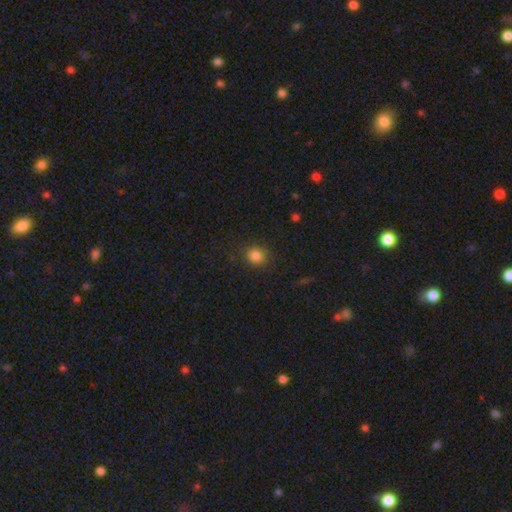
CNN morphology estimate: A smooth galaxy with no disk features (83%) that is round (78%).

Vote fractions:
- Smooth or featured? smooth: 83% / star or artifact: 12% / featured or disk: 5%
- How rounded? round: 78% / in between: 21% / cigar-shaped: 1%
- Merging? none: 86% / minor disturbance: 10% / major disturbance: 3% / merger: 1%